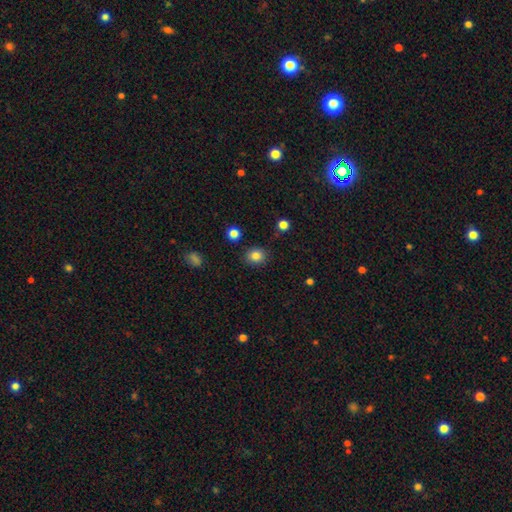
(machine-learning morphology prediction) This is clearly a smooth galaxy (83%). How rounded: likely round (75%). Merging: clearly none (87%).